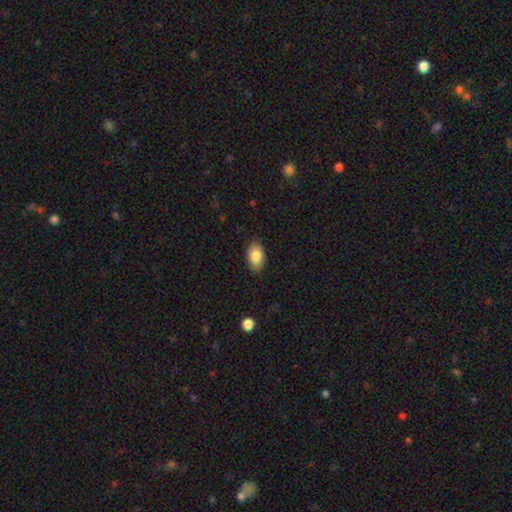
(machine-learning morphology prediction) The model was most divided on "smooth or featured": smooth: 84%, featured or disk: 9%, star or artifact: 7%. More confident: how rounded — in between (91%); merging — none (86%).